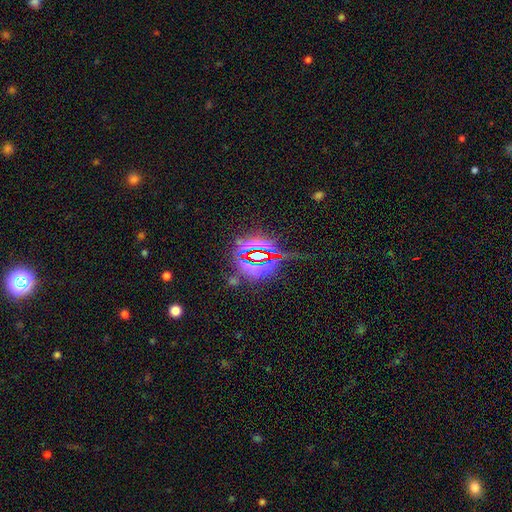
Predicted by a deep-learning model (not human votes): Smooth or featured: star or artifact — 78% (smooth — 12%)